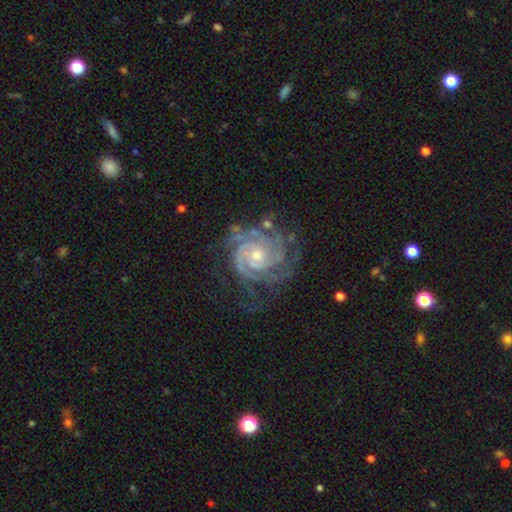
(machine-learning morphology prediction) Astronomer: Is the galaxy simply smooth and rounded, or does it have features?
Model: featured or disk — 91%.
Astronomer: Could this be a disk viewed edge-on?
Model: no — 98%.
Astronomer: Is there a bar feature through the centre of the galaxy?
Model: no — 75%.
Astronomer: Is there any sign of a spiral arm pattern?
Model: yes — 98%.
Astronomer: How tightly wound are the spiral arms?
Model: tight — 79%.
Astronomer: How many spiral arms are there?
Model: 3 — 26% (runner-up: can't tell, 20%).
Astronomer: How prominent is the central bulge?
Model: small — 54% (runner-up: moderate, 42%).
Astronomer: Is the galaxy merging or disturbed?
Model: none — 66%.